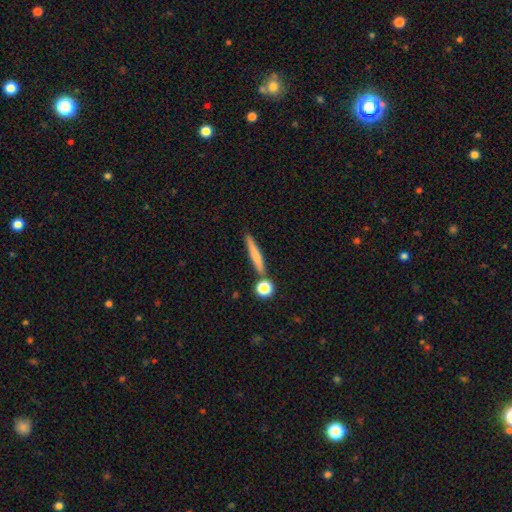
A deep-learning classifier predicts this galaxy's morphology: Overall: smooth (68%). How rounded: cigar-shaped (89%). Merging: none (77%).